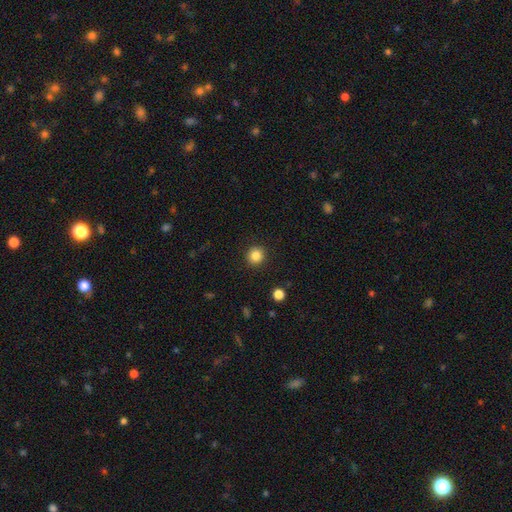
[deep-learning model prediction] Q: Smooth or featured?
A: smooth (85%); runner-up: star or artifact (11%)
Q: How rounded?
A: round (94%); runner-up: in between (5%)
Q: Merging?
A: none (92%); runner-up: minor disturbance (5%)